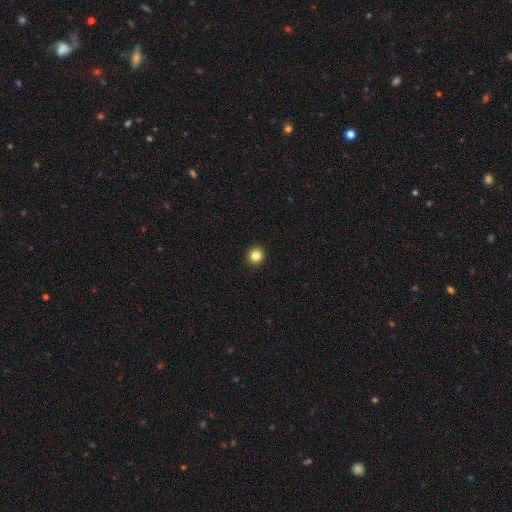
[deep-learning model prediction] This is clearly a smooth galaxy (84%). How rounded: clearly round (92%). Merging: clearly none (93%).